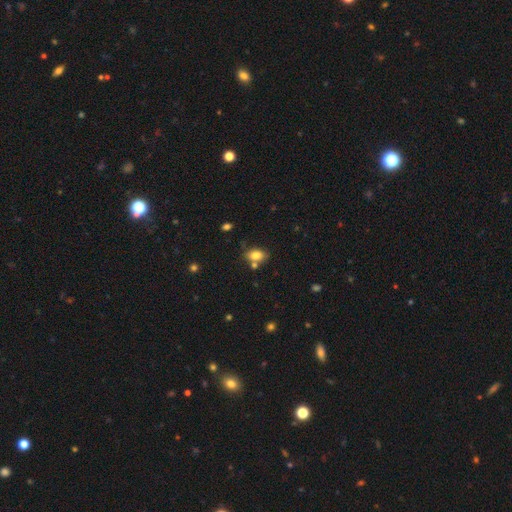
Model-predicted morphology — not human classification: This appears to be a smooth galaxy with no disk features (81%) that is in between round and cigar-shaped (84%). Merging: none (64%).